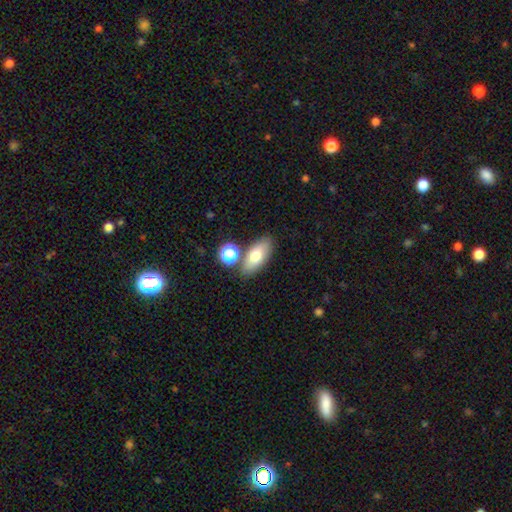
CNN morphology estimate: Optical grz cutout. It shows a smooth galaxy with no disk features (73%) that is in between round and cigar-shaped (84%). Merging: none (74%).